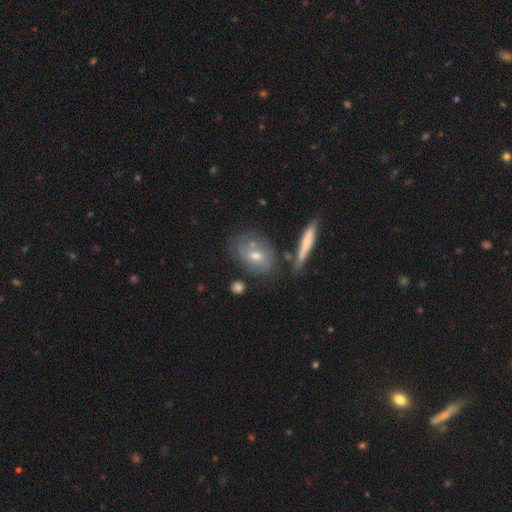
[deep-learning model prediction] The model was most divided on "smooth or featured": featured or disk: 46%, smooth: 44%, star or artifact: 11%. More confident: merging — none (65%).